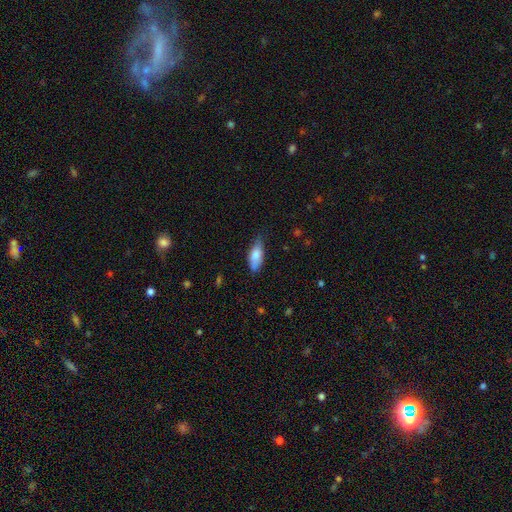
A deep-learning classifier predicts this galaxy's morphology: This appears to be a smooth galaxy with no disk features (81%) that is in between round and cigar-shaped (81%). Merging: none (59%).